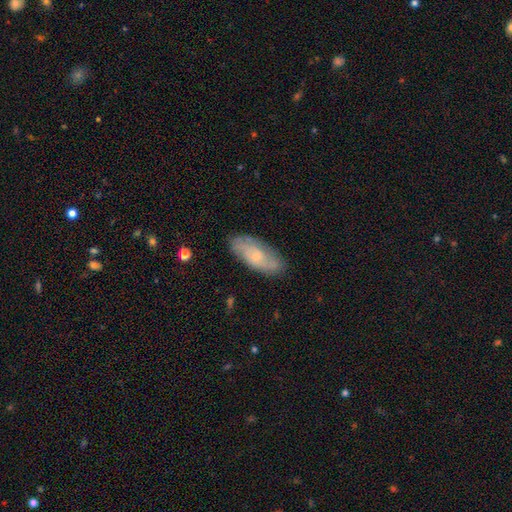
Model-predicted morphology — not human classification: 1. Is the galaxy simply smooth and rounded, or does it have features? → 62% featured or disk, 32% smooth, 7% star or artifact.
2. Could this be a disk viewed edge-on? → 90% no, 10% yes.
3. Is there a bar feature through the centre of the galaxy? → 67% no, 29% weak, 4% strong.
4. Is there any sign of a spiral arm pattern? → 87% yes, 13% no.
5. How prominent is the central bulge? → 67% small, 25% moderate, 5% none, 1% large, 1% dominant.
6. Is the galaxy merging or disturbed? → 79% none, 16% minor disturbance, 4% major disturbance, 1% merger.